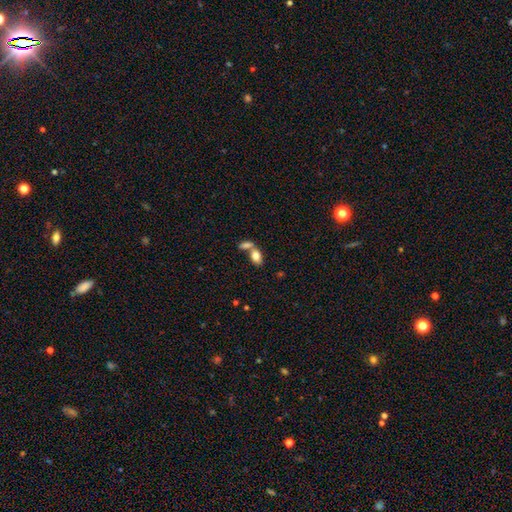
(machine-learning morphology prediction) Smooth or featured: smooth — 80% (featured or disk — 12%)
How rounded: in between — 89% (round — 9%)
Merging: merger — 54% (none — 34%)